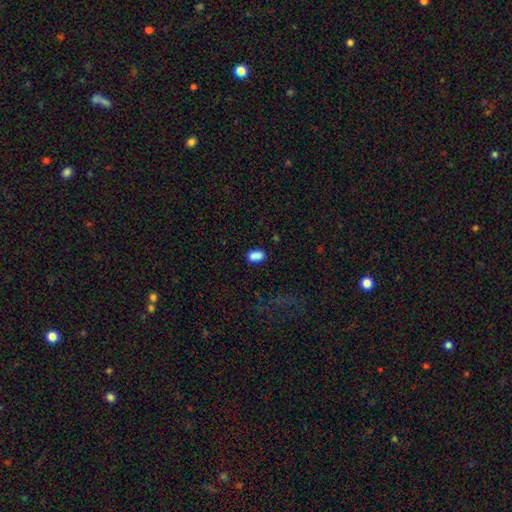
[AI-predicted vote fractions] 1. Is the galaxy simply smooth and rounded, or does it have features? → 85% smooth, 10% star or artifact, 5% featured or disk.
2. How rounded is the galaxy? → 89% in between, 7% round, 3% cigar-shaped.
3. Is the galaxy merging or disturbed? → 72% none, 15% minor disturbance, 9% merger, 4% major disturbance.